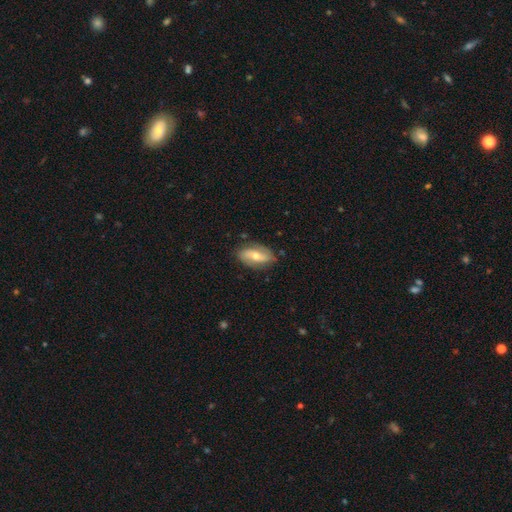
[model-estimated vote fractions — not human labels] Overall: featured or disk (54%; smooth 40%). Edge-on disk: no (89%). Merging: none (80%).